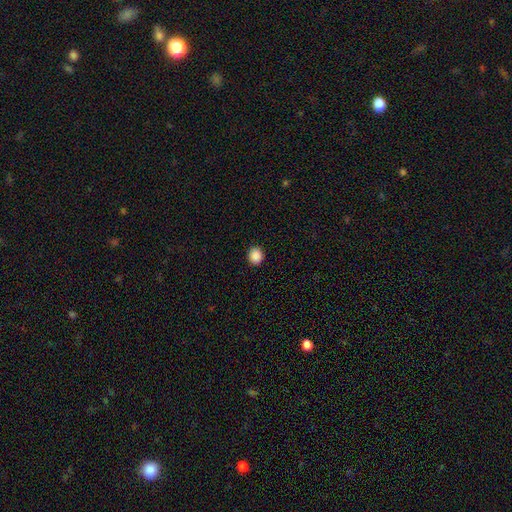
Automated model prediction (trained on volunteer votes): smooth-or-featured: smooth: 88% | star or artifact: 10% | featured or disk: 2%
  how-rounded: round: 87% | in between: 12% | cigar-shaped: 1%
  merging: none: 92% | minor disturbance: 5% | major disturbance: 2% | merger: 1%